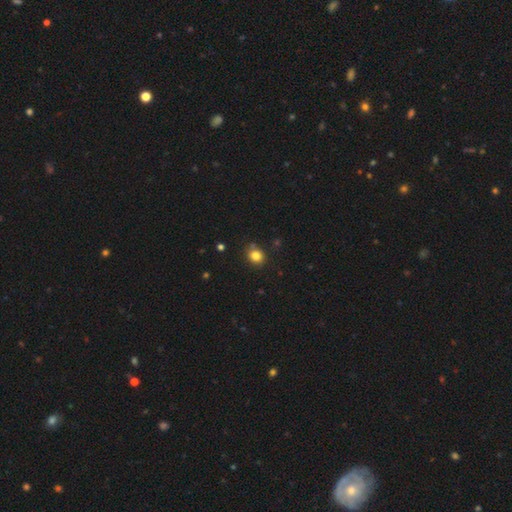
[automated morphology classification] Smooth or featured?
  - smooth: 82% *
  - star or artifact: 12%
  - featured or disk: 6%
How rounded?
  - round: 72% *
  - in between: 27%
  - cigar-shaped: 1%
Merging?
  - none: 78% *
  - minor disturbance: 14%
  - merger: 5%
  - major disturbance: 3%